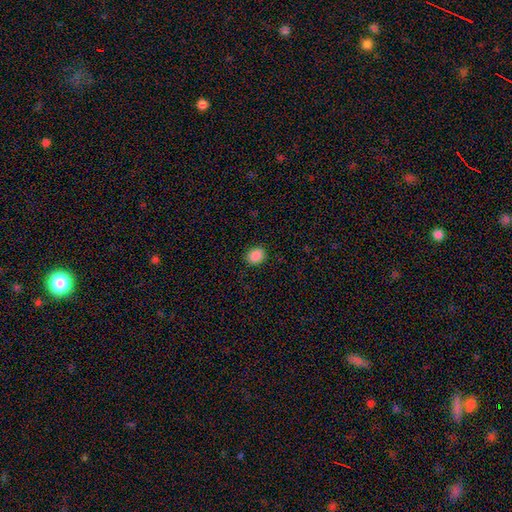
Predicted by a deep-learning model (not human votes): Overall: smooth (88%). How rounded: round (56%; in between 43%). Merging: none (89%).